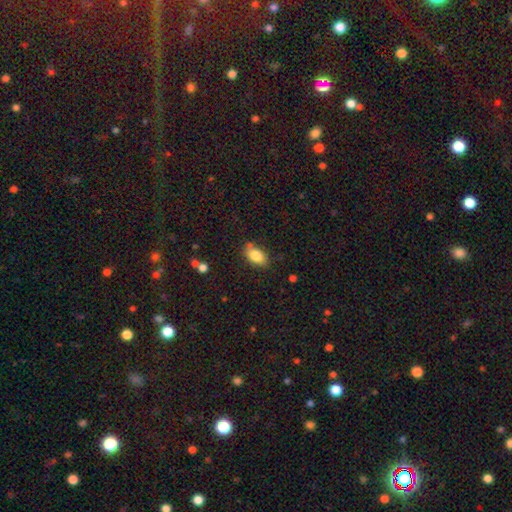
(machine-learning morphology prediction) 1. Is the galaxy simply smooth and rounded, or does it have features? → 83% smooth, 9% featured or disk, 8% star or artifact.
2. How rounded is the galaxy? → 91% in between, 6% round, 3% cigar-shaped.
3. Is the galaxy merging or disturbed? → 76% none, 17% minor disturbance, 4% merger, 4% major disturbance.